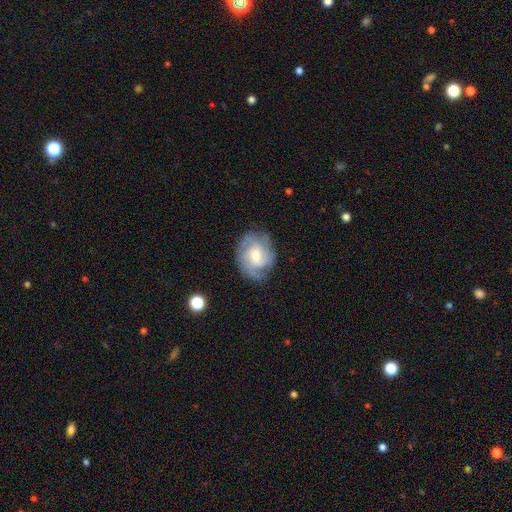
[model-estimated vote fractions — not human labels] smooth_or_featured: featured or disk (p=0.69) [alt: smooth p=0.24]
disk_edge_on: no (p=0.97) [alt: yes p=0.03]
bar: no (p=0.54) [alt: weak p=0.40]
has_spiral_arms: yes (p=0.90) [alt: no p=0.10]
spiral_winding: medium (p=0.43) [alt: tight p=0.38]
spiral_arm_count: can't tell (p=0.30) [alt: 3 p=0.29]
bulge_size: moderate (p=0.59) [alt: small p=0.27]
merging: none (p=0.70) [alt: minor disturbance p=0.20]